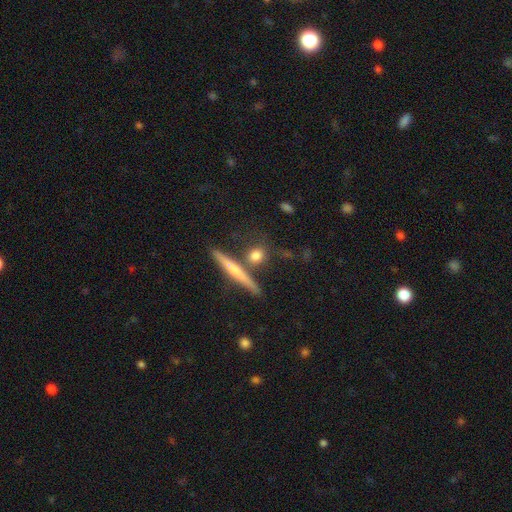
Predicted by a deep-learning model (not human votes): Smooth or featured: smooth — 68% (featured or disk — 23%)
How rounded: round — 57% (cigar-shaped — 29%)
Merging: none — 71% (minor disturbance — 13%)